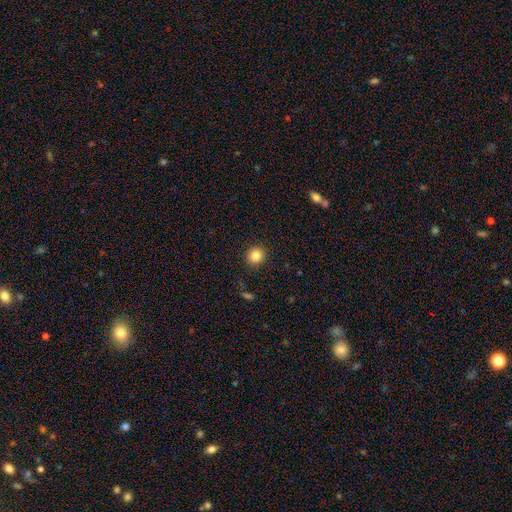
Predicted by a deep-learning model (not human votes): Overall: smooth (85%). How rounded: round (88%). Merging: none (90%).